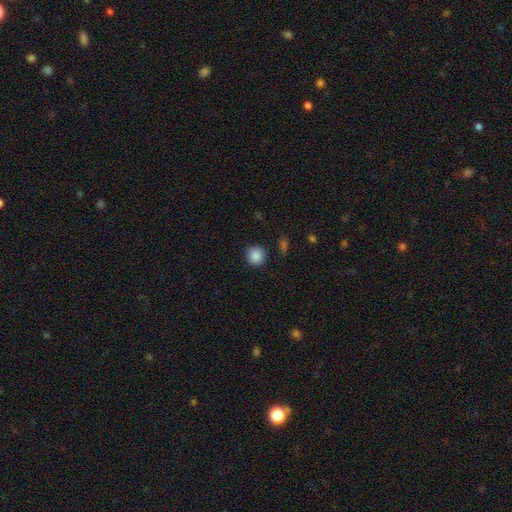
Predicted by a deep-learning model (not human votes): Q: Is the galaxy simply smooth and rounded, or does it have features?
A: smooth — 88%.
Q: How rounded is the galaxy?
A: round — 93%.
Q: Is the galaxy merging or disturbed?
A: none — 89%.